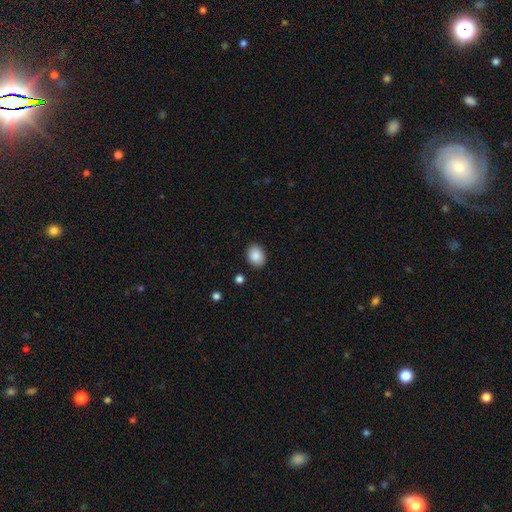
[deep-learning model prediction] smooth 88%, star or artifact 8%, featured or disk 4%. Down the decision tree: how rounded — in between (66%); merging — none (88%).